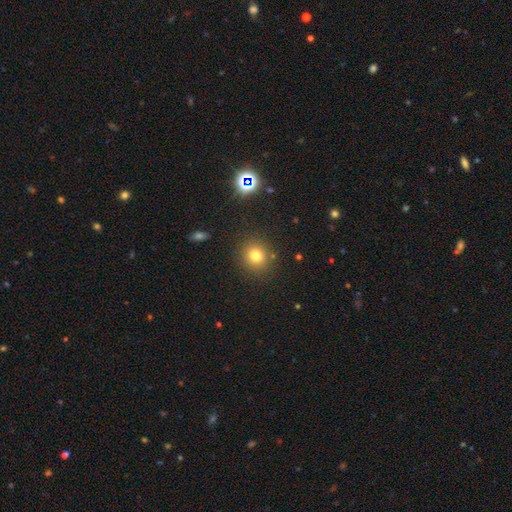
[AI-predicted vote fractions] smooth_or_featured: smooth (p=0.76) [alt: star or artifact p=0.16]
how_rounded: round (p=0.88) [alt: in between p=0.11]
merging: none (p=0.87) [alt: minor disturbance p=0.08]